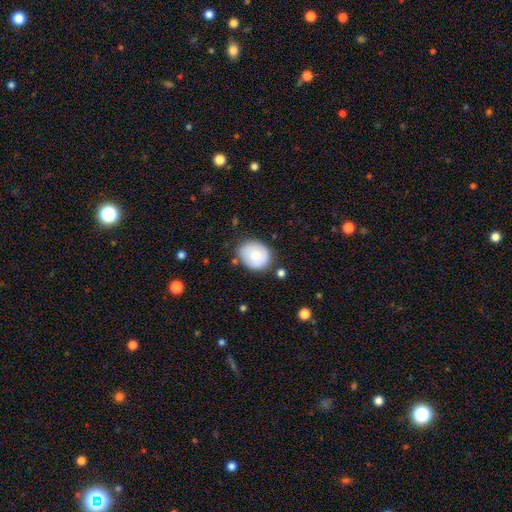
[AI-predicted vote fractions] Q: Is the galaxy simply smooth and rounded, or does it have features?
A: smooth — 74%.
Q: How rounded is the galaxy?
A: round — 58%.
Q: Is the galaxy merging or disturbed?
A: none — 69%.